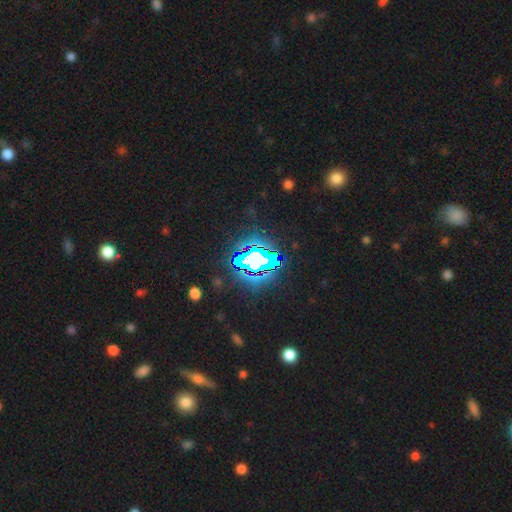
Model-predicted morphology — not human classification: type=star or artifact (79%).